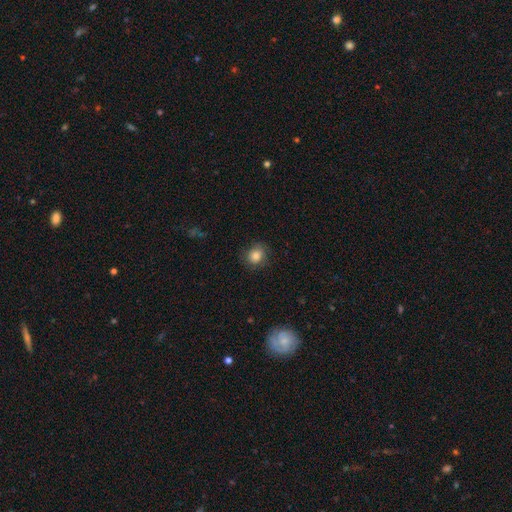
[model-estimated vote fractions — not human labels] The model was most divided on "how rounded": round: 77%, in between: 22%, cigar-shaped: 1%. More confident: smooth or featured — smooth (80%); merging — none (78%).